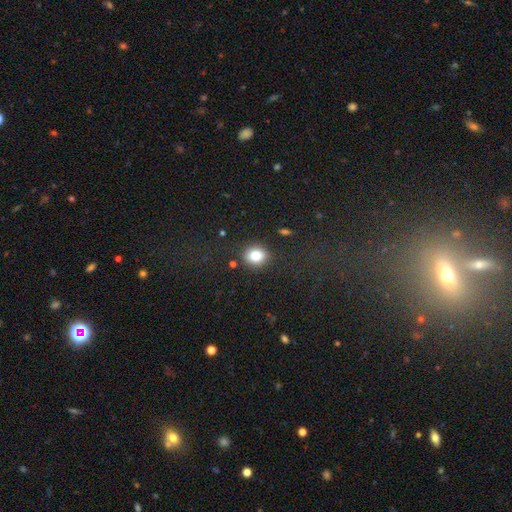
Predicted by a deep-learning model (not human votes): Smooth or featured? smooth (82%)
How rounded? round (63%)
Merging? none (86%)